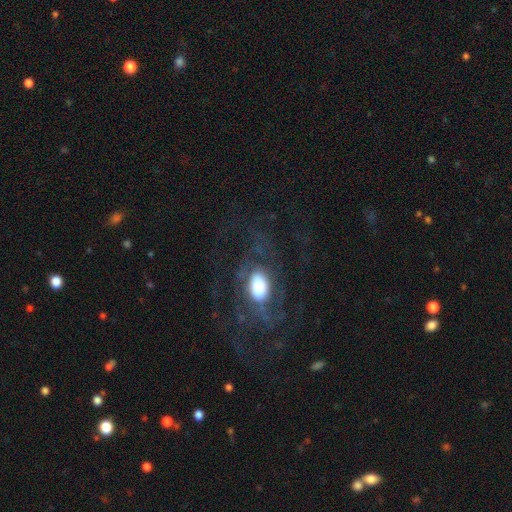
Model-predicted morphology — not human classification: Smooth or featured?
  - featured or disk: 58% *
  - smooth: 24%
  - star or artifact: 18%
Edge-on disk?
  - no: 88% *
  - yes: 12%
Bar?
  - no: 68% *
  - weak: 23%
  - strong: 9%
Spiral arms?
  - yes: 64% *
  - no: 36%
Bulge size?
  - moderate: 41% *
  - large: 40%
  - dominant: 8%
  - small: 8%
  - none: 2%
Merging?
  - none: 69% *
  - major disturbance: 15%
  - minor disturbance: 14%
  - merger: 2%